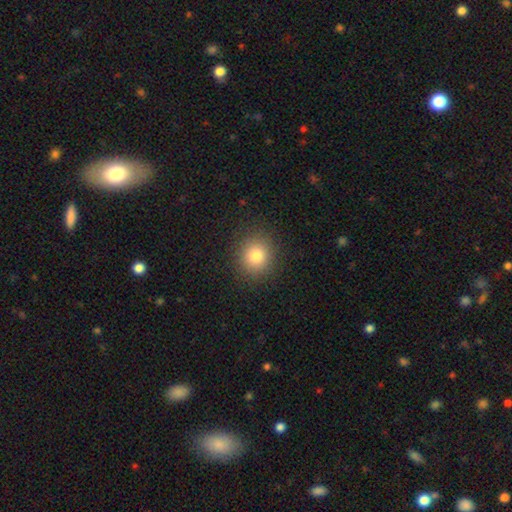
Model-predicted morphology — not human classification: A smooth galaxy with no disk features (80%) that is round (87%).

Vote fractions:
- Smooth or featured? smooth: 80% / star or artifact: 12% / featured or disk: 7%
- How rounded? round: 87% / in between: 12% / cigar-shaped: 1%
- Merging? none: 90% / minor disturbance: 7% / major disturbance: 3% / merger: 1%